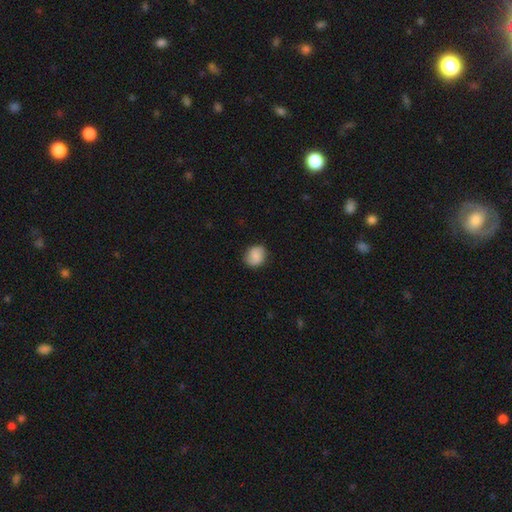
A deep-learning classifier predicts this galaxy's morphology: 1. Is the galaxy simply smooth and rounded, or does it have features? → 74% smooth, 18% featured or disk, 8% star or artifact.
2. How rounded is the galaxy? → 74% round, 25% in between, 1% cigar-shaped.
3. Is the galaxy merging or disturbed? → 84% none, 12% minor disturbance, 3% major disturbance, 1% merger.